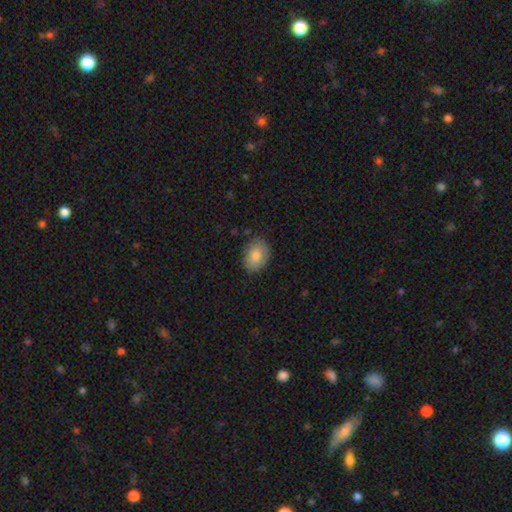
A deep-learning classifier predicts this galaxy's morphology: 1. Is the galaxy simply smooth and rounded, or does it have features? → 82% smooth, 11% featured or disk, 8% star or artifact.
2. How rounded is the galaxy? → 75% in between, 24% round, 1% cigar-shaped.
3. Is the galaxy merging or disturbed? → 82% none, 14% minor disturbance, 2% major disturbance, 1% merger.